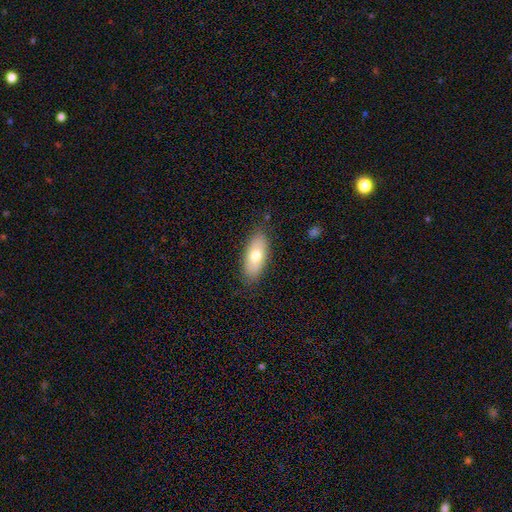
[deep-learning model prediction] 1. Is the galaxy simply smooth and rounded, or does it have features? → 69% smooth, 24% featured or disk, 7% star or artifact.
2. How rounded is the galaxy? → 86% in between, 10% cigar-shaped, 3% round.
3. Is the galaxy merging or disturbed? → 84% none, 12% minor disturbance, 3% major disturbance, 1% merger.